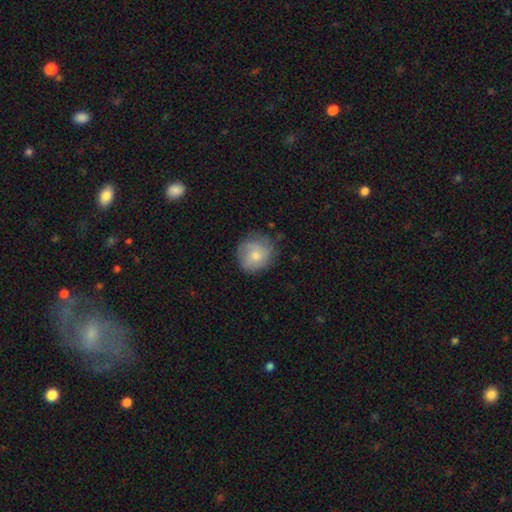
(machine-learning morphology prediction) smooth 57%, featured or disk 35%, star or artifact 8%. Down the decision tree: how rounded — round (84%); merging — none (70%).